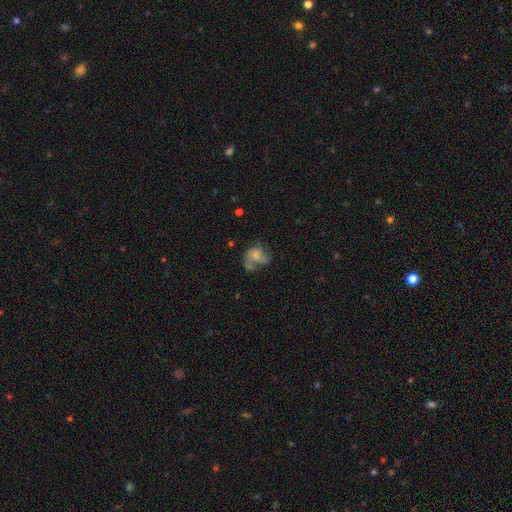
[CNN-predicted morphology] Q: Smooth or featured?
A: smooth (44%); tied with: featured or disk (44%)
Q: Merging?
A: major disturbance (32%); runner-up: none (30%)